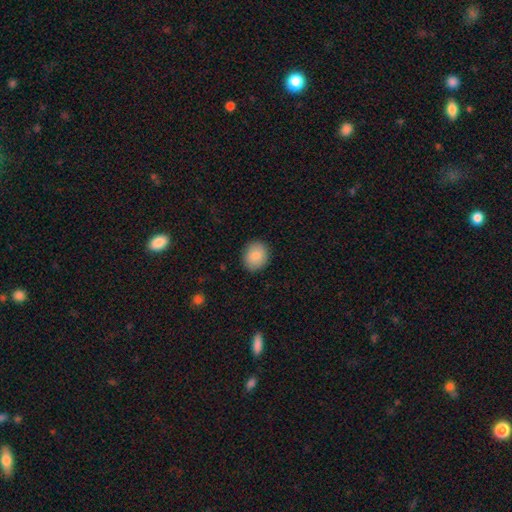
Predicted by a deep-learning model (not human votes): This appears to be a smooth galaxy with no disk features (86%) that is round (68%). Merging: none (89%).